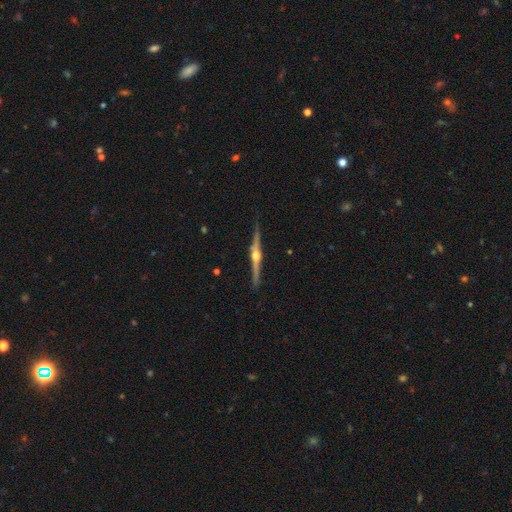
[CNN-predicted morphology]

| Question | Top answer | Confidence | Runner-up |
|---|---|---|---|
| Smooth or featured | featured or disk | 86% | smooth (9%) |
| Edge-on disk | yes | 98% | no (2%) |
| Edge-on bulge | rounded | 95% | boxy (3%) |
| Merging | none | 86% | minor disturbance (10%) |